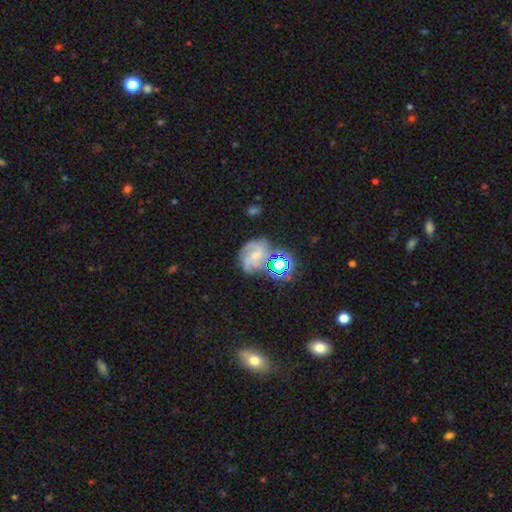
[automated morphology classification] Smooth or featured: featured or disk — 55% (smooth — 24%)
Edge-on disk: no — 97% (yes — 3%)
Bar: no — 62% (weak — 30%)
Spiral arms: yes — 87% (no — 13%)
Bulge size: small — 56% (moderate — 31%)
Merging: none — 56% (minor disturbance — 21%)